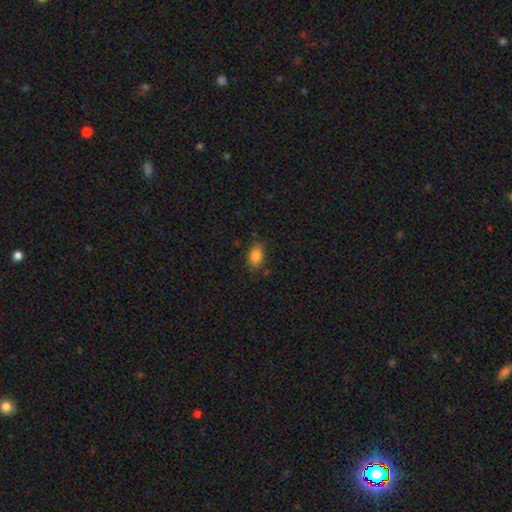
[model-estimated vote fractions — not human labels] Overall: smooth (85%). How rounded: in between (86%). Merging: none (79%).